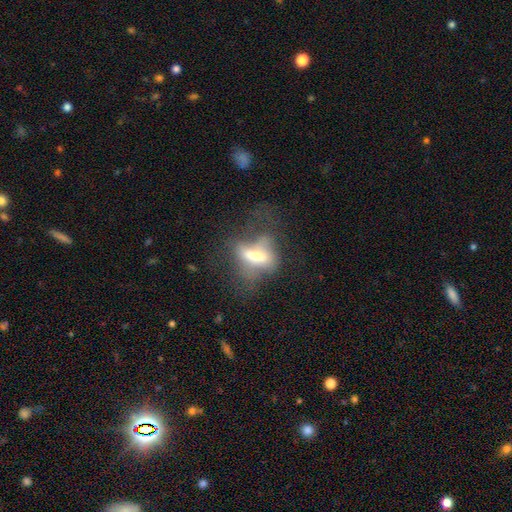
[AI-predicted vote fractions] This is marginally a smooth galaxy (45%). Merging: possibly major disturbance (45%).